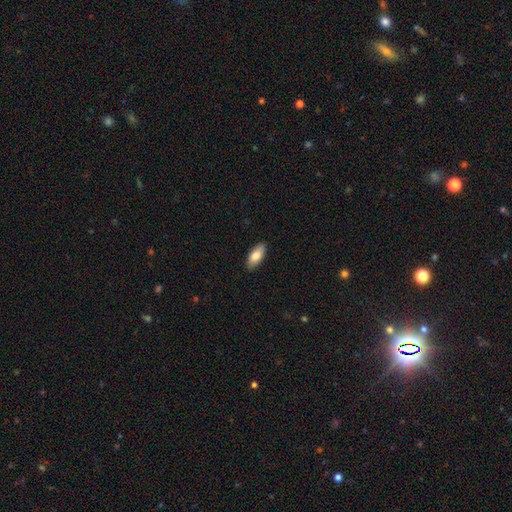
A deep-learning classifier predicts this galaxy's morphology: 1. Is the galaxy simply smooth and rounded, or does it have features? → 82% smooth, 12% featured or disk, 6% star or artifact.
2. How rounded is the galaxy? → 85% in between, 13% cigar-shaped, 2% round.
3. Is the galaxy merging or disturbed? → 89% none, 9% minor disturbance, 2% major disturbance, 1% merger.